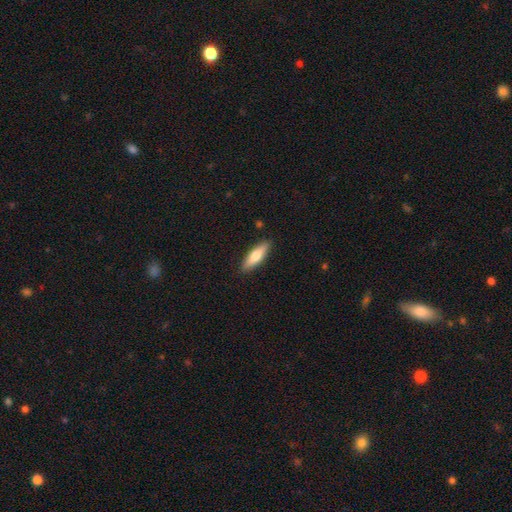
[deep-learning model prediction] Smooth or featured? Predicted: smooth (p=0.67). How rounded? Predicted: cigar-shaped (p=0.57). Merging? Predicted: none (p=0.89).